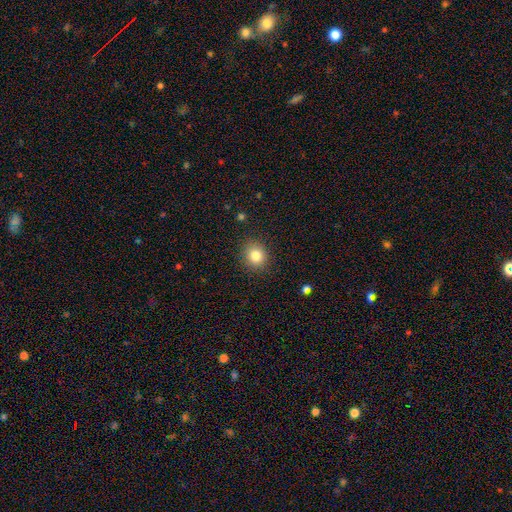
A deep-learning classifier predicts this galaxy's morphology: Smooth or featured? smooth (83%)
How rounded? round (79%)
Merging? none (89%)